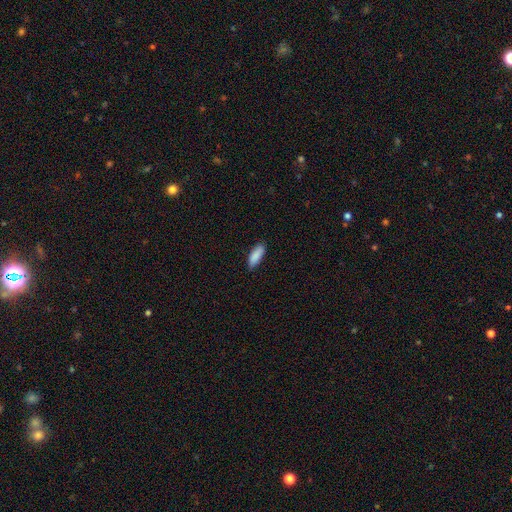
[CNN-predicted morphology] This appears to be a smooth galaxy with no disk features (89%) that is in between round and cigar-shaped (68%). Merging: none (85%).